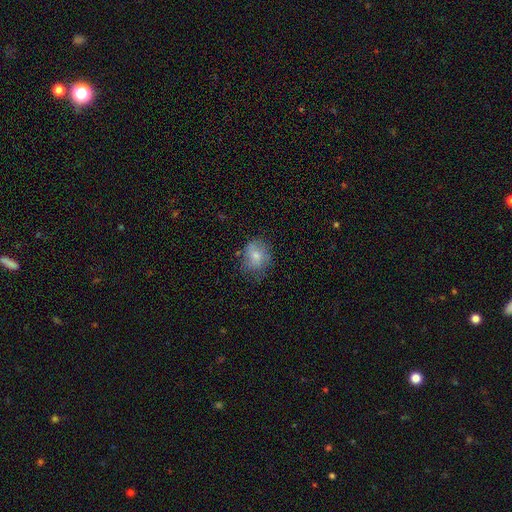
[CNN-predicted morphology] type=smooth (71%); roundness=round (68%); merging=none (61%).